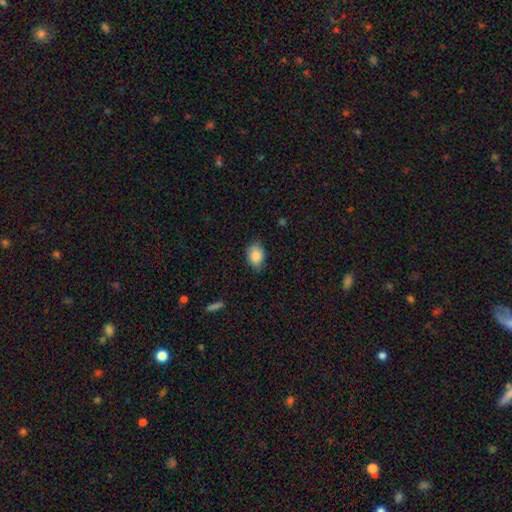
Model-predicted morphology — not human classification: Smooth or featured? smooth (86%)
How rounded? in between (71%)
Merging? none (77%)